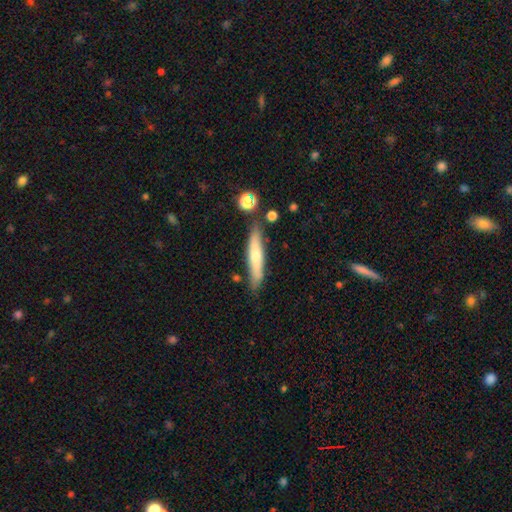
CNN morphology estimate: Smooth or featured: smooth — 56% (featured or disk — 38%)
How rounded: cigar-shaped — 87% (in between — 11%)
Merging: none — 78% (minor disturbance — 14%)